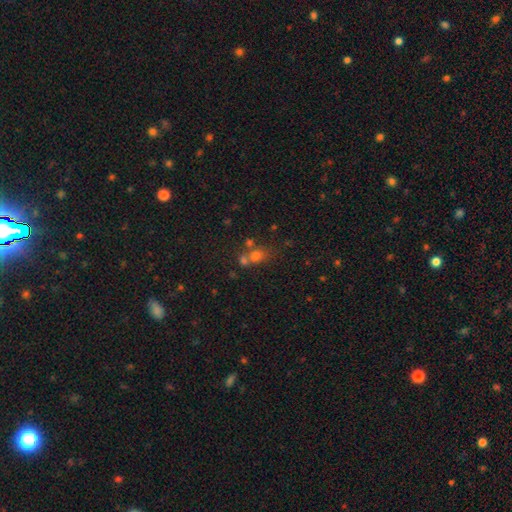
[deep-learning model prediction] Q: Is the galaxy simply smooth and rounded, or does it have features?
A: smooth — 65%.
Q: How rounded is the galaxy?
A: round — 65%.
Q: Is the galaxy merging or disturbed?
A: merger — 45%.